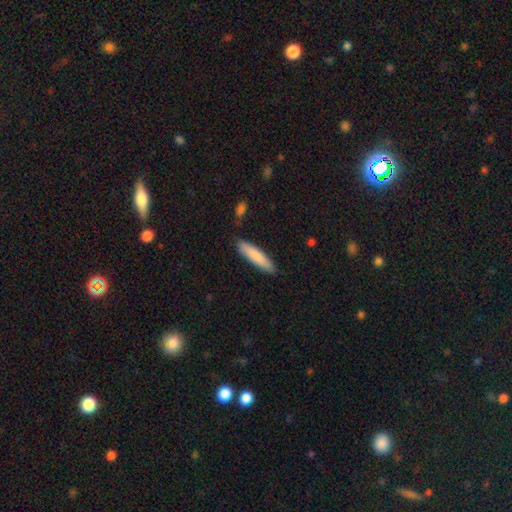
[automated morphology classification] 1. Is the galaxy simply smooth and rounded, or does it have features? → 84% smooth, 11% featured or disk, 5% star or artifact.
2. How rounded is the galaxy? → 80% cigar-shaped, 19% in between, 1% round.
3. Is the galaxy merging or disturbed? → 85% none, 11% minor disturbance, 2% merger, 2% major disturbance.